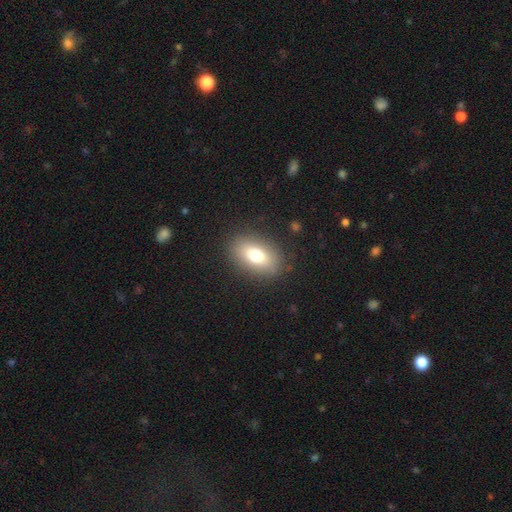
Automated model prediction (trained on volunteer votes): This appears to be a smooth galaxy with no disk features (73%) that is in between round and cigar-shaped (84%). Merging: none (85%).